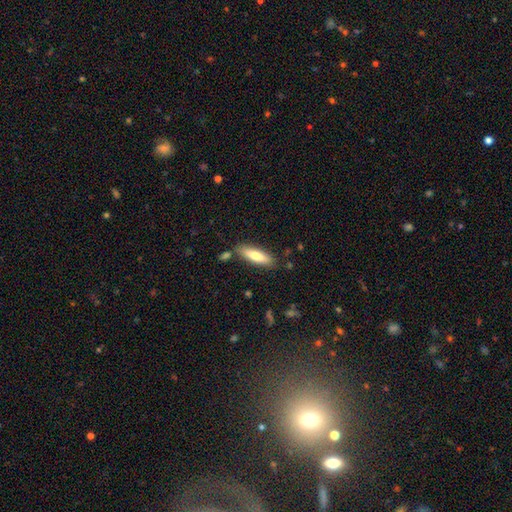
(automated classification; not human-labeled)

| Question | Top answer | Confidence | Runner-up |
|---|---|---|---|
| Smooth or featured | smooth | 71% | featured or disk (23%) |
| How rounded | cigar-shaped | 61% | in between (37%) |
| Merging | none | 81% | minor disturbance (12%) |